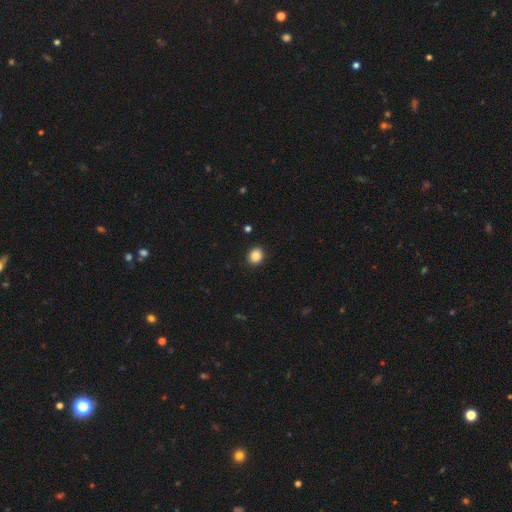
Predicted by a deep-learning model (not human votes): Morphology: type=smooth (88%); roundness=round (67%); merging=none (90%).